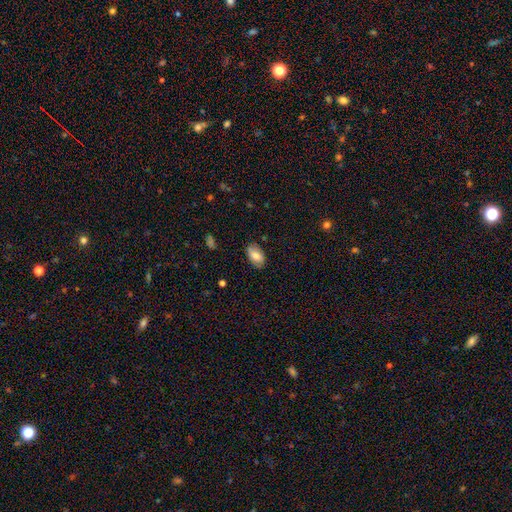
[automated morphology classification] smooth 77%, featured or disk 16%, star or artifact 7%. Down the decision tree: how rounded — in between (93%); merging — none (82%).